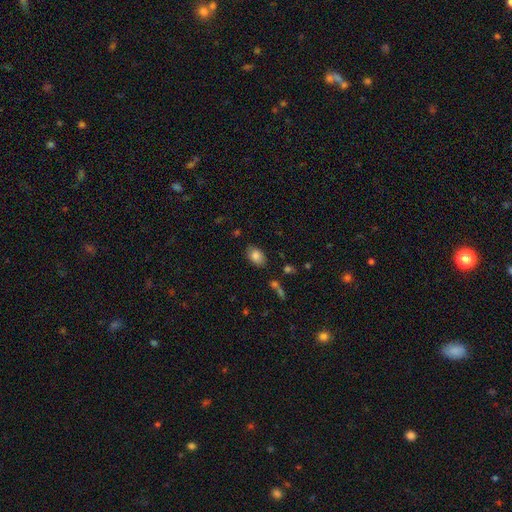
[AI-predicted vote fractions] Overall: smooth (82%). How rounded: in between (87%). Merging: none (82%).